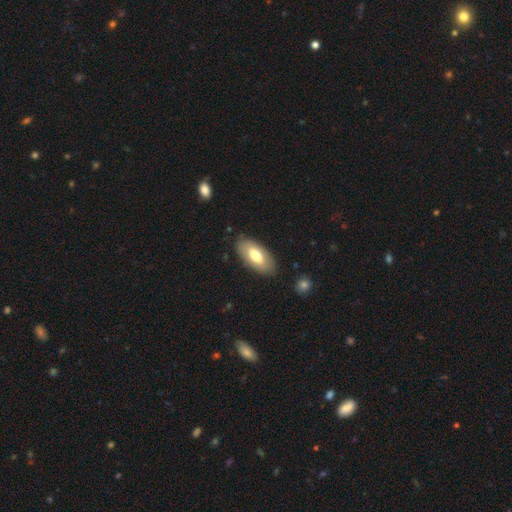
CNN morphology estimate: A smooth galaxy with no disk features (69%) that is in between round and cigar-shaped (91%).

Vote fractions:
- Smooth or featured? smooth: 69% / featured or disk: 25% / star or artifact: 6%
- How rounded? in between: 91% / cigar-shaped: 7% / round: 2%
- Merging? none: 85% / minor disturbance: 11% / major disturbance: 3% / merger: 1%